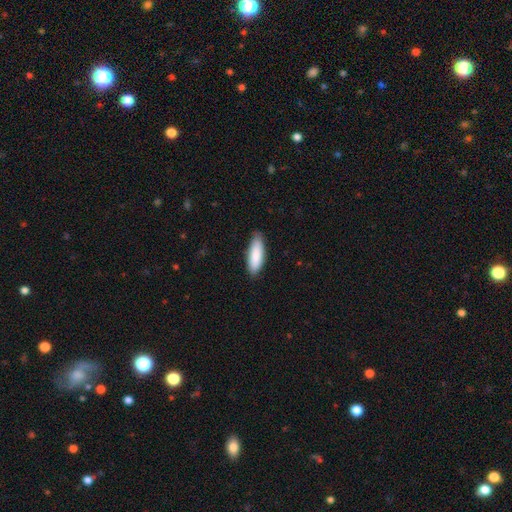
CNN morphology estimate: This appears to be a smooth galaxy with no disk features (87%) that is in between round and cigar-shaped (61%). Merging: none (82%).